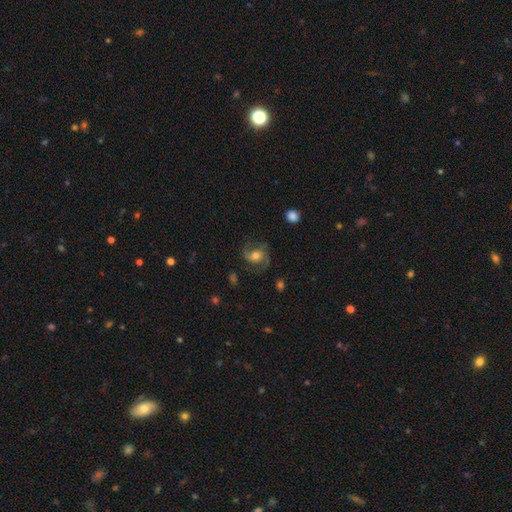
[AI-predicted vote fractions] A featured or disk galaxy (77%) with no bar (59%), 2 (87%) medium (54%) spiral arms (95%) and a moderate central bulge (64%).

Vote fractions:
- Smooth or featured? featured or disk: 77% / smooth: 15% / star or artifact: 8%
- Edge-on disk? no: 98% / yes: 2%
- Bar? no: 59% / weak: 32% / strong: 10%
- Spiral arms? yes: 95% / no: 5%
- Spiral winding? medium: 54% / loose: 26% / tight: 19%
- Spiral arm count? 2: 87% / can't tell: 5% / 3: 4% / 1: 3% / 4: 1% / more than 4: 1%
- Bulge size? moderate: 64% / small: 22% / large: 10% / none: 2% / dominant: 1%
- Merging? none: 72% / minor disturbance: 16% / major disturbance: 10% / merger: 1%